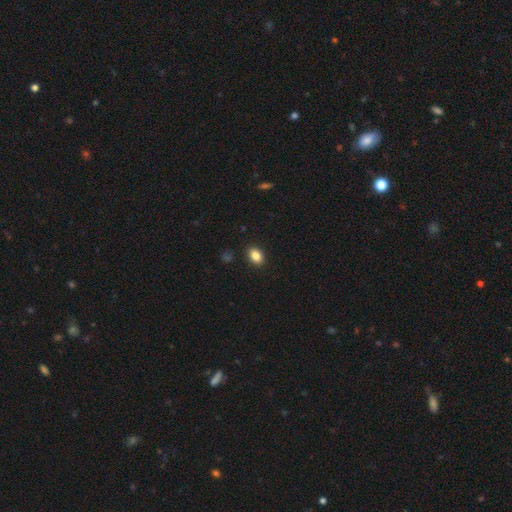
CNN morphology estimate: Smooth or featured: smooth — 85% (star or artifact — 9%)
How rounded: in between — 84% (round — 15%)
Merging: none — 90% (minor disturbance — 8%)